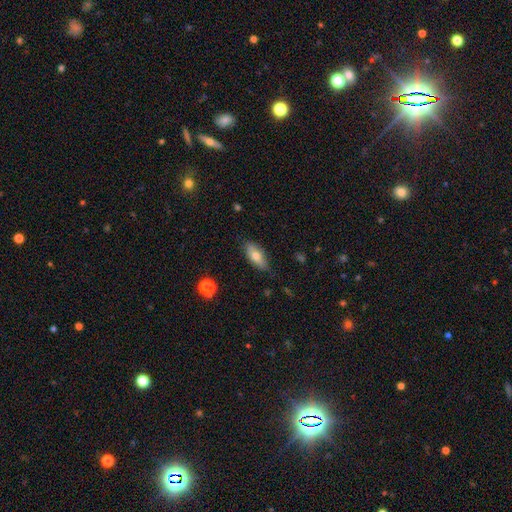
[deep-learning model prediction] smooth 71%, featured or disk 21%, star or artifact 7%. Down the decision tree: how rounded — in between (78%); merging — none (81%).